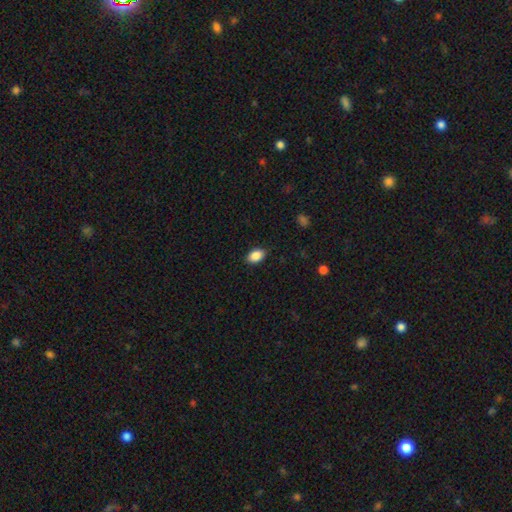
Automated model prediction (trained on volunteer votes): Overall: smooth (88%). How rounded: in between (86%). Merging: none (87%).